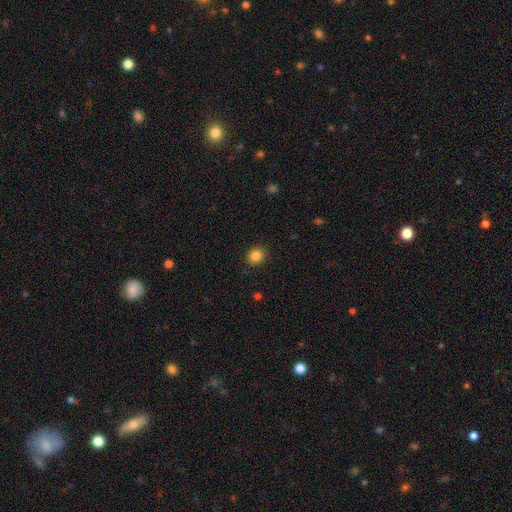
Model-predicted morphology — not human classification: The model was most divided on "how rounded": round: 77%, in between: 22%, cigar-shaped: 1%. More confident: merging — none (90%); smooth or featured — smooth (85%).